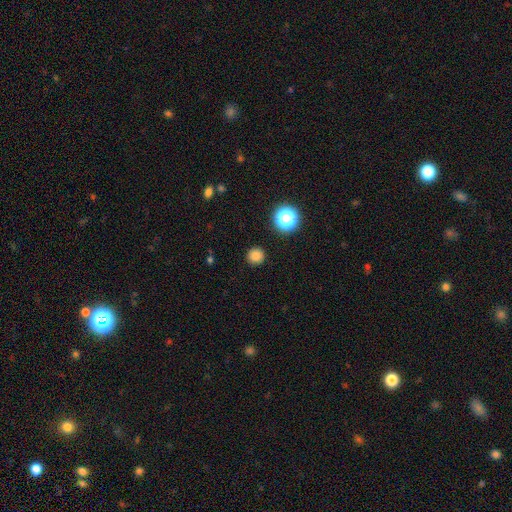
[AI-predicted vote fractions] This is clearly a smooth galaxy (82%). How rounded: clearly round (95%). Merging: clearly none (91%).